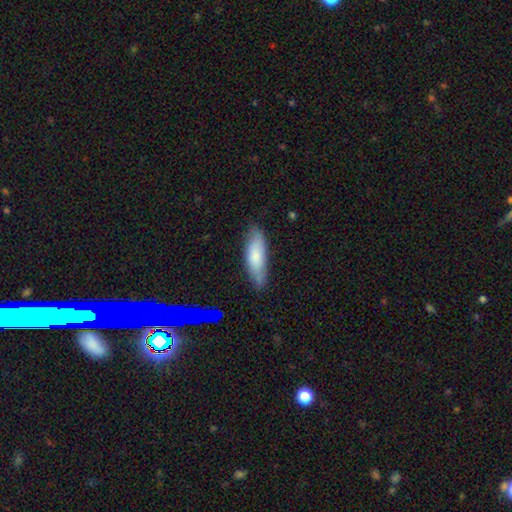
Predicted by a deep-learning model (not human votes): Q: Smooth or featured?
A: smooth (74%); runner-up: featured or disk (19%)
Q: How rounded?
A: cigar-shaped (52%); runner-up: in between (47%)
Q: Merging?
A: none (73%); runner-up: minor disturbance (21%)